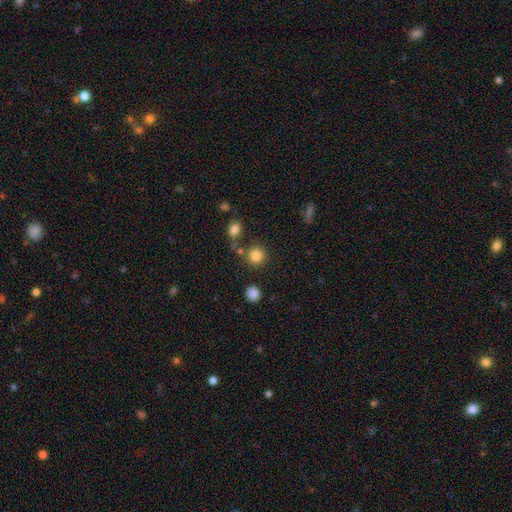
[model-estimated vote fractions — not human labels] This appears to be a smooth galaxy with no disk features (84%) that is round (91%). Merging: none (80%).